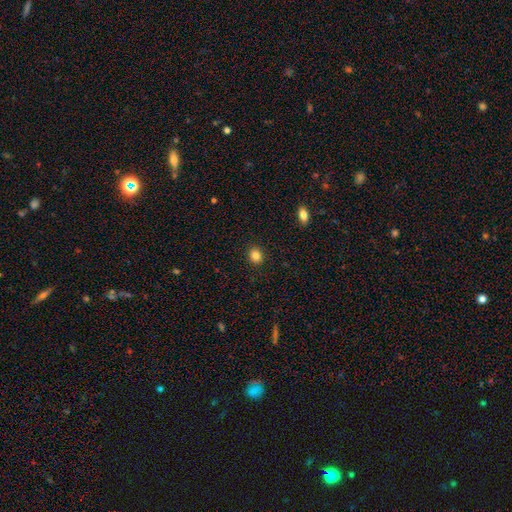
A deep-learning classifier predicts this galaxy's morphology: Smooth or featured? Predicted: smooth (p=0.84). How rounded? Predicted: round (p=0.75). Merging? Predicted: none (p=0.91).